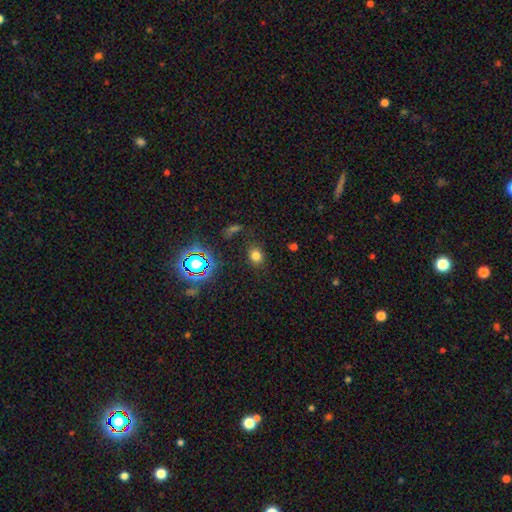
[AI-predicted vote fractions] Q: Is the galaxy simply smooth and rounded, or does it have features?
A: smooth — 71%.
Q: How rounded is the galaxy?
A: round — 53%.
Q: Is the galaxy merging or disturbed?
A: none — 80%.